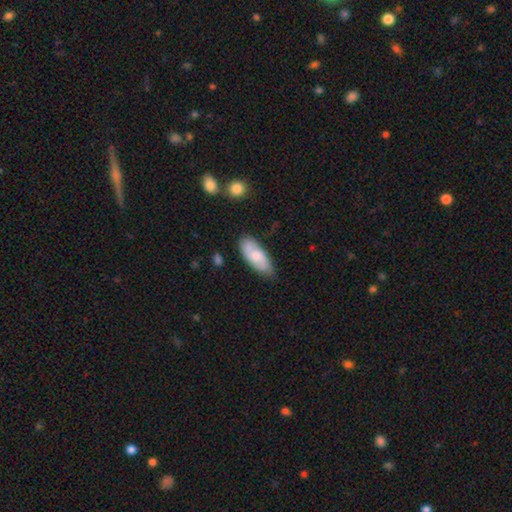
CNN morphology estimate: Smooth or featured? smooth (60%)
How rounded? in between (80%)
Merging? none (74%)